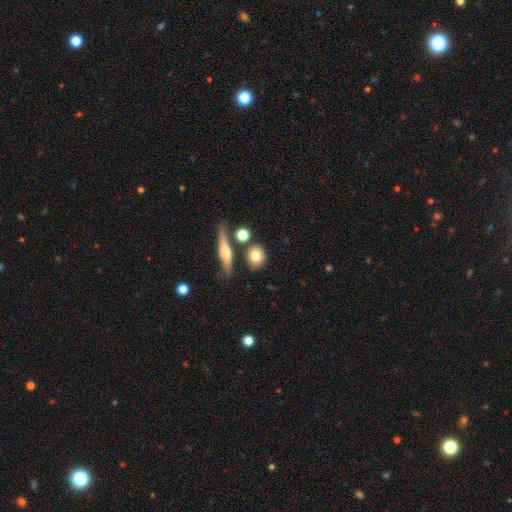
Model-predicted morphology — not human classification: smooth 76%, featured or disk 16%, star or artifact 8%. Down the decision tree: how rounded — round (68%); merging — none (71%).